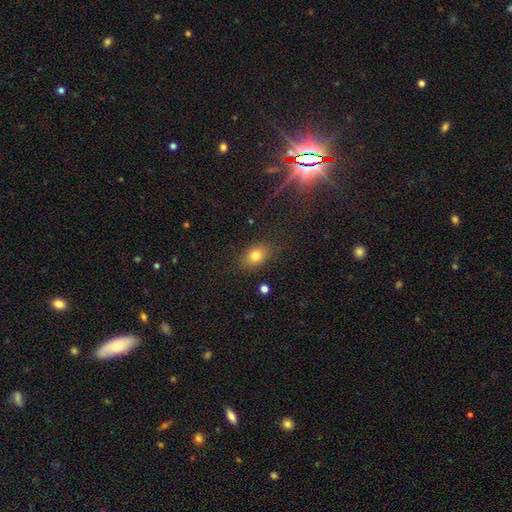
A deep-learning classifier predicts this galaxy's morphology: This appears to be a smooth galaxy with no disk features (78%) that is in between round and cigar-shaped (78%). Merging: none (81%).